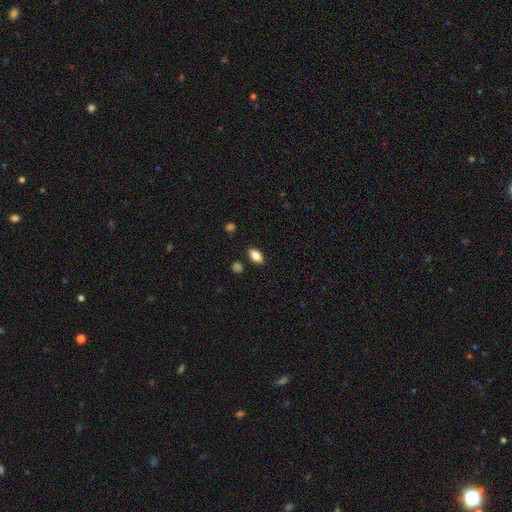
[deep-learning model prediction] Smooth or featured? Predicted: smooth (p=0.84). How rounded? Predicted: in between (p=0.89). Merging? Predicted: none (p=0.86).